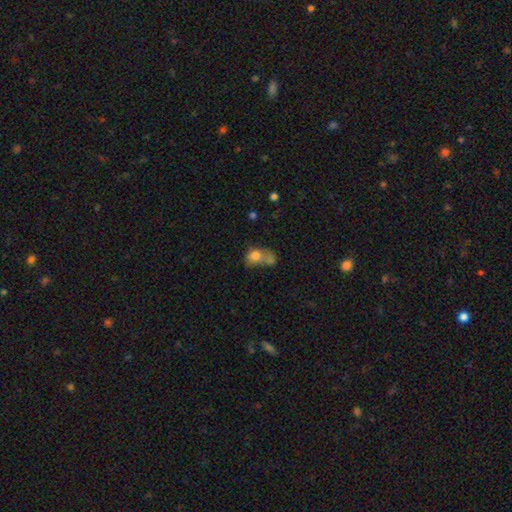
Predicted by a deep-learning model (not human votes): This is likely a smooth galaxy (74%). How rounded: possibly in between (53%). Merging: possibly merger (57%).